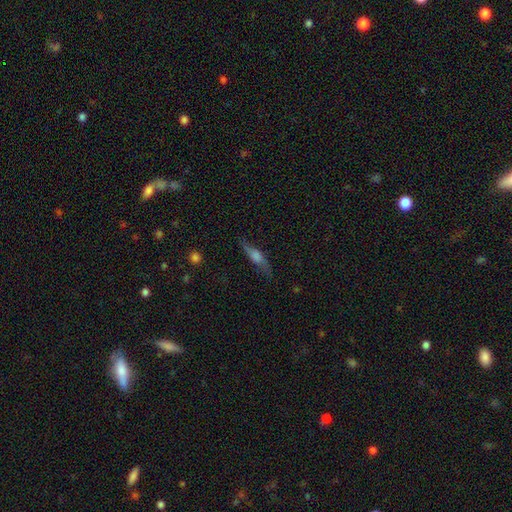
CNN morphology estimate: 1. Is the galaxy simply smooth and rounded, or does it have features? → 66% featured or disk, 23% smooth, 11% star or artifact.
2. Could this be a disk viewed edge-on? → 82% yes, 18% no.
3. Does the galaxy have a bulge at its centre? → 77% rounded, 16% boxy, 7% none.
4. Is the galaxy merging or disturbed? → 79% none, 15% minor disturbance, 5% major disturbance, 1% merger.